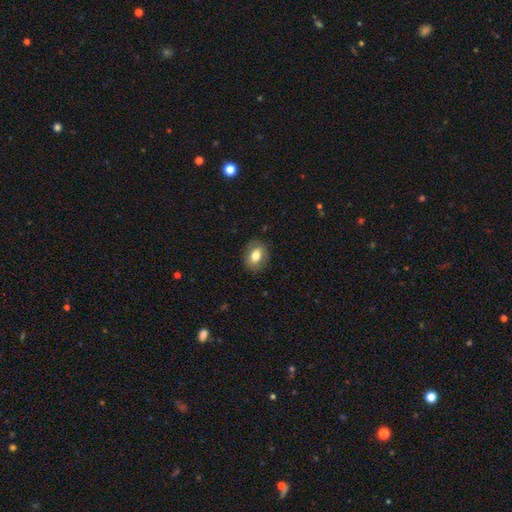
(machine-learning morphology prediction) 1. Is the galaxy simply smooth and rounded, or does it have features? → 76% smooth, 15% featured or disk, 9% star or artifact.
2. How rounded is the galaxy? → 59% in between, 39% round, 1% cigar-shaped.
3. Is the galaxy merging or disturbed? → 86% none, 10% minor disturbance, 3% major disturbance, 1% merger.